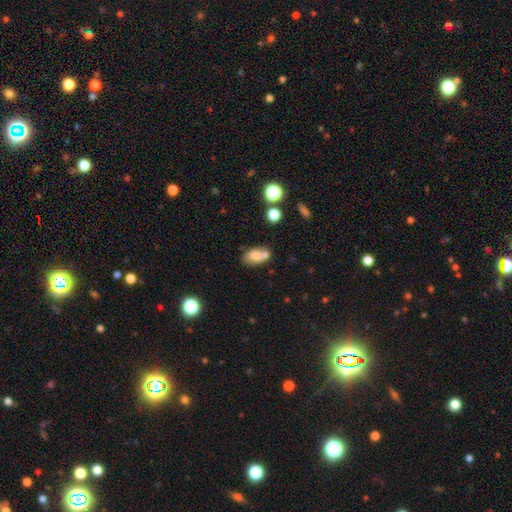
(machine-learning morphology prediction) Overall: smooth (74%). How rounded: in between (87%). Merging: none (49%; merger 29%).